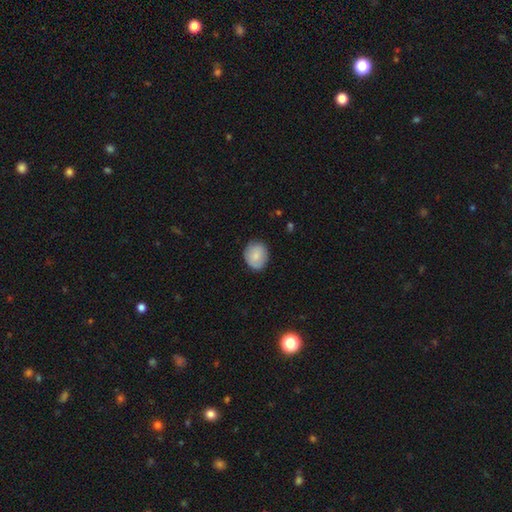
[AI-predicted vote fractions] This appears to be a smooth galaxy with no disk features (80%) that is round (65%). Merging: none (81%).